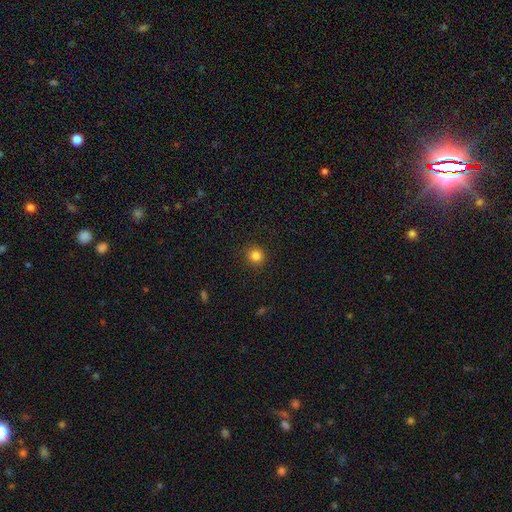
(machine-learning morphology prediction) A smooth galaxy with no disk features (84%) that is round (92%).

Vote fractions:
- Smooth or featured? smooth: 84% / star or artifact: 12% / featured or disk: 4%
- How rounded? round: 92% / in between: 8% / cigar-shaped: 1%
- Merging? none: 91% / minor disturbance: 6% / major disturbance: 2% / merger: 1%